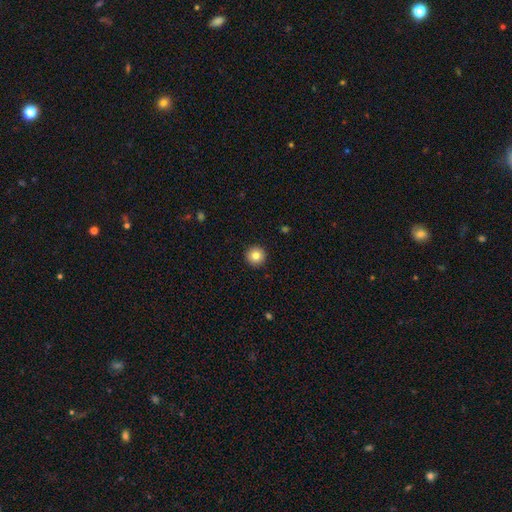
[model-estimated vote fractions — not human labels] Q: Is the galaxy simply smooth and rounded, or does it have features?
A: smooth — 83%.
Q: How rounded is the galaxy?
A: round — 96%.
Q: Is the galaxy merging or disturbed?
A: none — 93%.